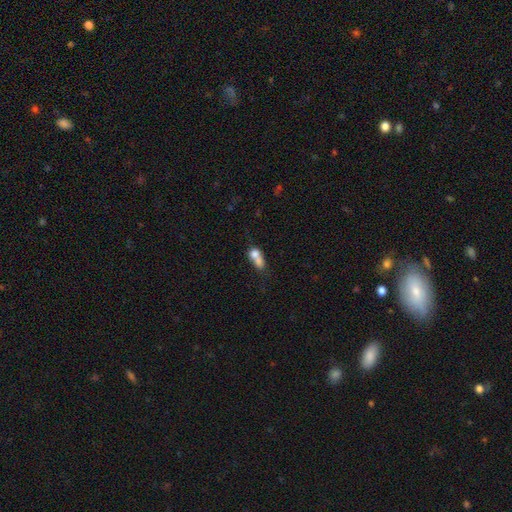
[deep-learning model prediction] The model was most divided on "how rounded": in between: 50%, round: 43%, cigar-shaped: 7%. More confident: smooth or featured — smooth (68%); merging — merger (64%).